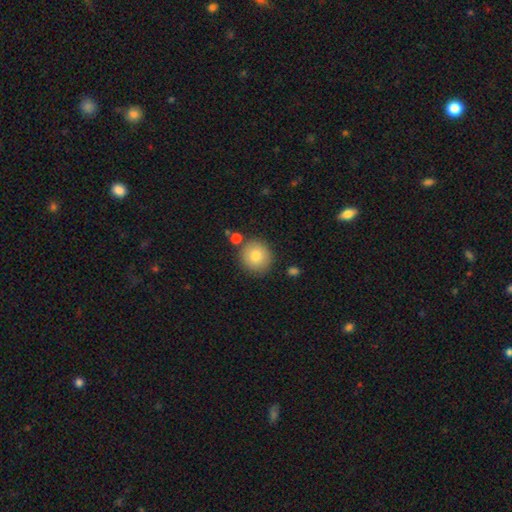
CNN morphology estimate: This appears to be a smooth galaxy with no disk features (80%) that is round (91%). Merging: none (82%).